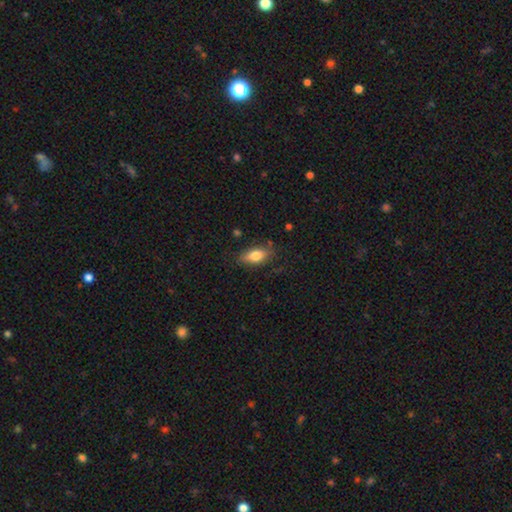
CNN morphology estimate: The model was most divided on "merging": none: 74%, minor disturbance: 19%, major disturbance: 5%, merger: 2%. More confident: how rounded — in between (84%); smooth or featured — smooth (76%).